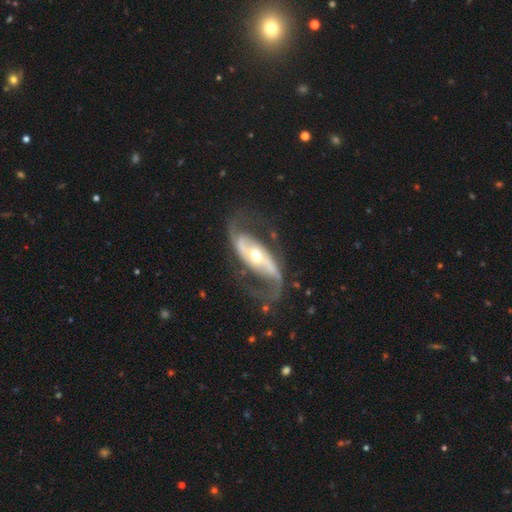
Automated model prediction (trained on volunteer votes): Smooth or featured?
  - featured or disk: 90% *
  - smooth: 5%
  - star or artifact: 4%
Edge-on disk?
  - no: 95% *
  - yes: 5%
Bar?
  - strong: 40% *
  - no: 30%
  - weak: 30%
Spiral arms?
  - yes: 96% *
  - no: 4%
Spiral winding?
  - loose: 54% *
  - medium: 36%
  - tight: 10%
Spiral arm count?
  - 2: 92% *
  - 1: 3%
  - can't tell: 2%
  - 3: 1%
  - 4: 1%
  - more than 4: 1%
Bulge size?
  - moderate: 64% *
  - small: 27%
  - large: 6%
  - dominant: 1%
  - none: 1%
Merging?
  - none: 69% *
  - minor disturbance: 15%
  - major disturbance: 13%
  - merger: 2%